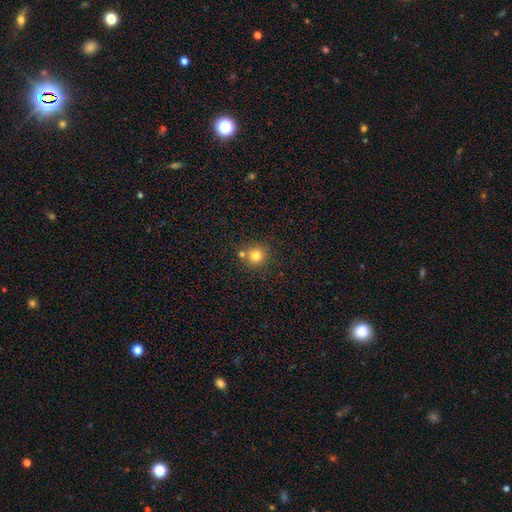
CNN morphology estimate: The model was most divided on "merging": none: 69%, merger: 18%, minor disturbance: 10%, major disturbance: 3%. More confident: how rounded — round (90%); smooth or featured — smooth (79%).